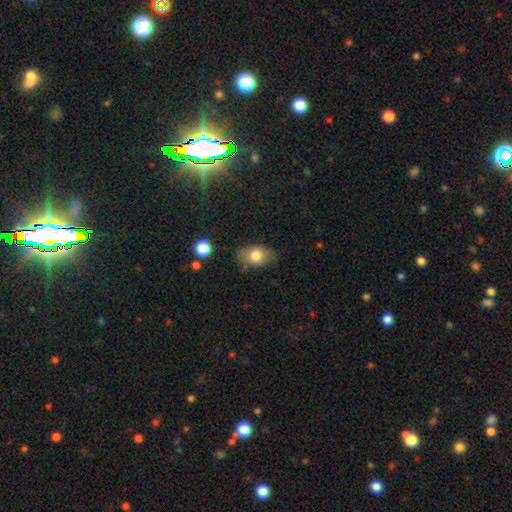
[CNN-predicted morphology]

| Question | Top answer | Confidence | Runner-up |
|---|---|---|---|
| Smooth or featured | smooth | 75% | featured or disk (17%) |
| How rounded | in between | 84% | round (14%) |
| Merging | none | 70% | minor disturbance (21%) |